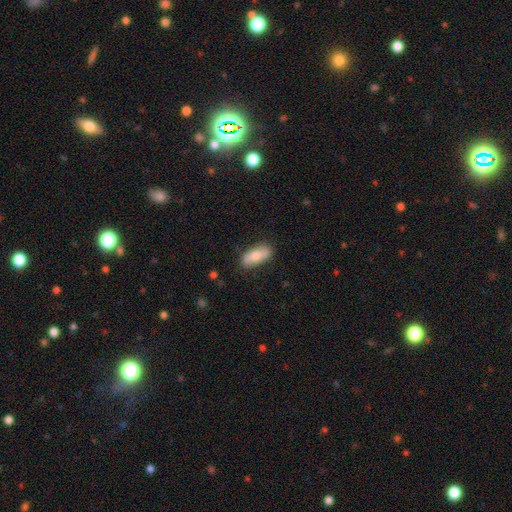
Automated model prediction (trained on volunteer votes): This appears to be a smooth galaxy with no disk features (63%) that is in between round and cigar-shaped (84%). Merging: none (79%).